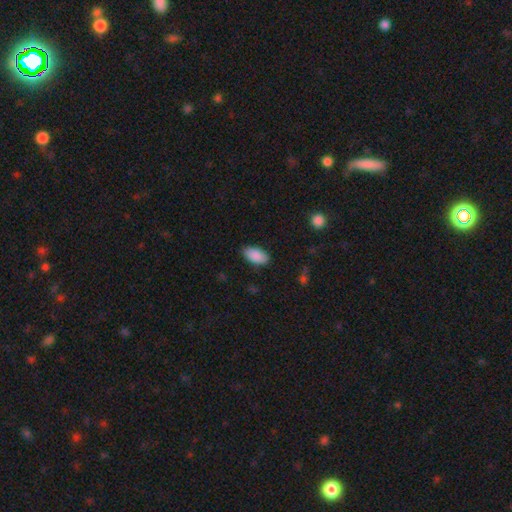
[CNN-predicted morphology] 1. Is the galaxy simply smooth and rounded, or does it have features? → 89% smooth, 7% star or artifact, 4% featured or disk.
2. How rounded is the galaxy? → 94% in between, 3% round, 3% cigar-shaped.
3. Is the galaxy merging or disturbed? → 85% none, 12% minor disturbance, 3% major disturbance, 1% merger.